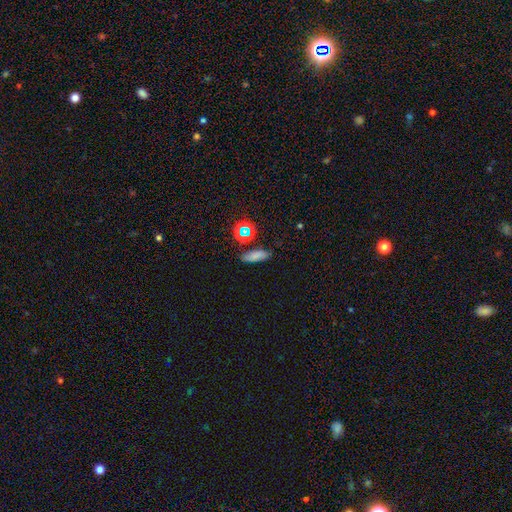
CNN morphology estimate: A smooth galaxy with no disk features (70%) that is in between round and cigar-shaped (65%).

Vote fractions:
- Smooth or featured? smooth: 70% / star or artifact: 18% / featured or disk: 11%
- How rounded? in between: 65% / cigar-shaped: 27% / round: 8%
- Merging? none: 75% / minor disturbance: 16% / merger: 5% / major disturbance: 4%